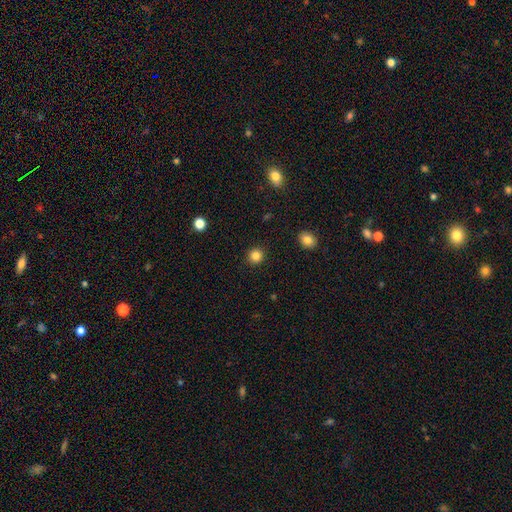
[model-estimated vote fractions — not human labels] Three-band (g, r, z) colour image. It shows a smooth galaxy with no disk features (84%) that is round (94%). Merging: none (93%).